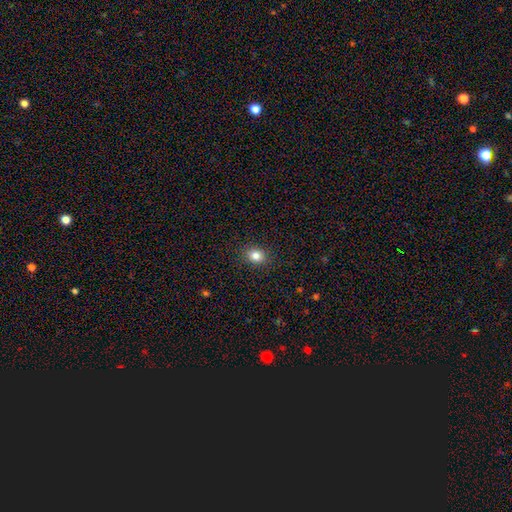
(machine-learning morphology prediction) A smooth galaxy with no disk features (83%) that is round (52%). Merging: none (89%).